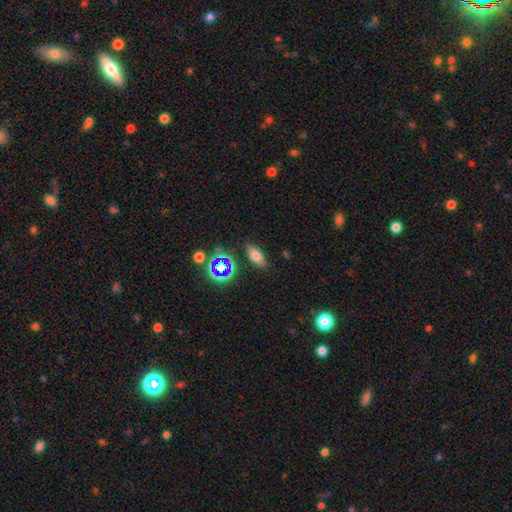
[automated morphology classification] Smooth or featured? Predicted: smooth (p=0.63). How rounded? Predicted: in between (p=0.74). Merging? Predicted: none (p=0.80).